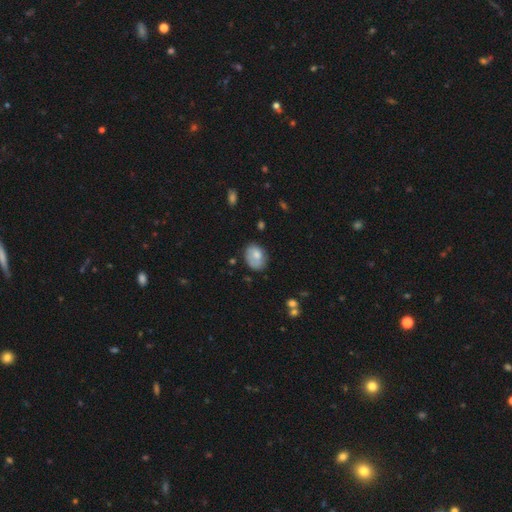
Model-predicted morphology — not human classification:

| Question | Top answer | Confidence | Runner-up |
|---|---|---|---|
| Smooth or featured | smooth | 71% | featured or disk (21%) |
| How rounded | in between | 70% | round (29%) |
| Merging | none | 59% | minor disturbance (28%) |